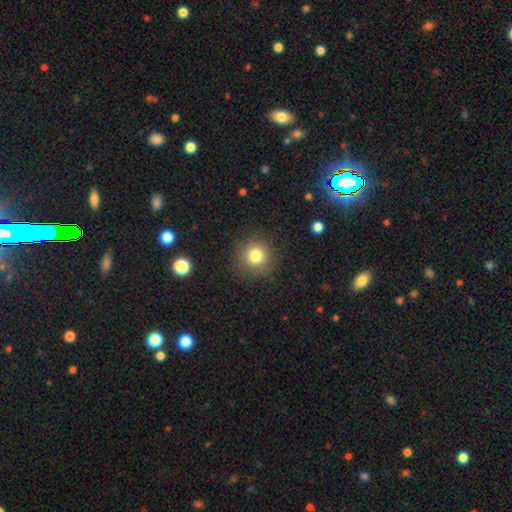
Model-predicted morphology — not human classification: type=smooth (79%); roundness=round (93%); merging=none (88%).